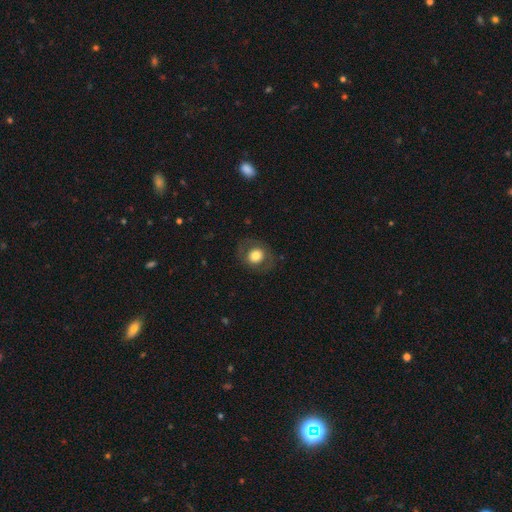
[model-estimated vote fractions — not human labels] This appears to be a smooth galaxy with no disk features (69%) that is round (73%). Merging: none (80%).